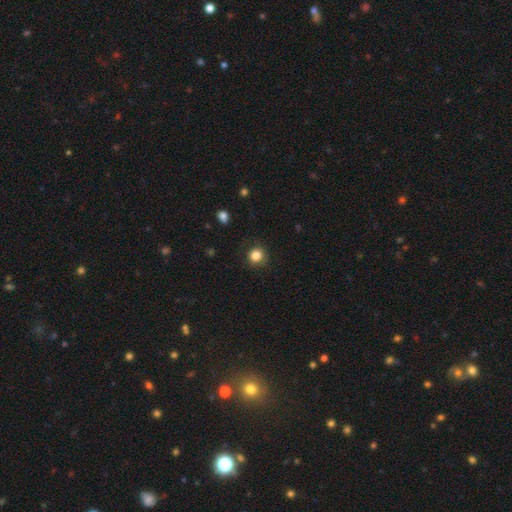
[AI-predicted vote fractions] A smooth galaxy with no disk features (83%) that is round (91%). Merging: none (89%).